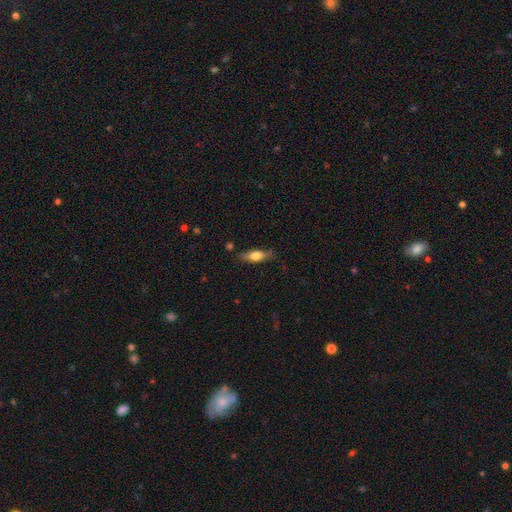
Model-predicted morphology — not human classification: smooth 64%, featured or disk 30%, star or artifact 7%. Down the decision tree: how rounded — in between (56%); merging — none (77%).